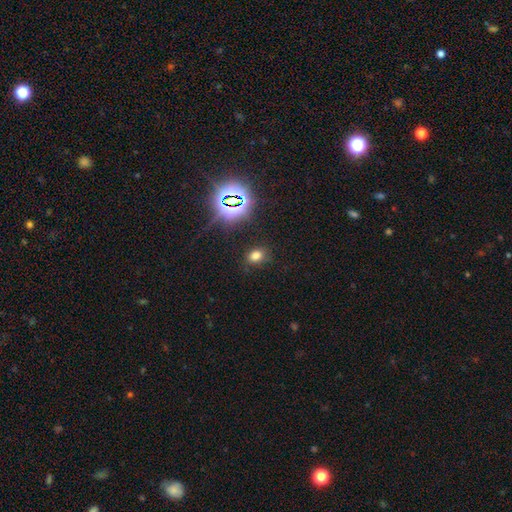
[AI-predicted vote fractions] This appears to be a smooth galaxy with no disk features (68%) that is in between round and cigar-shaped (60%). Merging: none (80%).